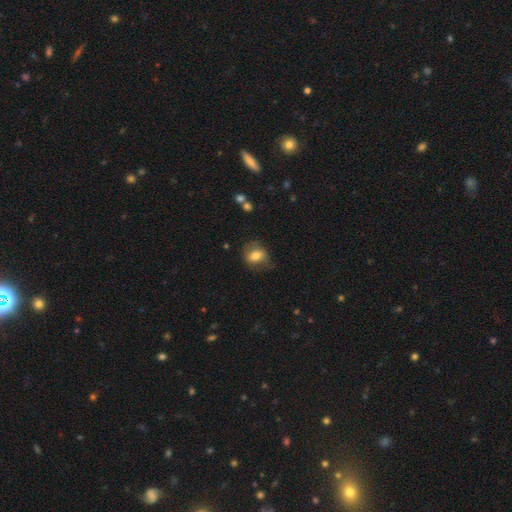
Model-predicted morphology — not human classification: type=smooth (68%); roundness=in between (51%); merging=none (64%).